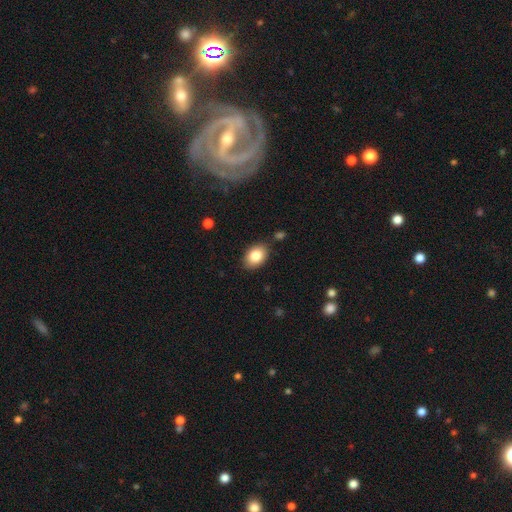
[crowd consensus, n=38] Q: Smooth or featured?
A: smooth (87%); runner-up: star or artifact (8%)
Q: How rounded?
A: in between (88%); runner-up: round (12%)
Q: Merging?
A: none (77%); runner-up: major disturbance (9%)